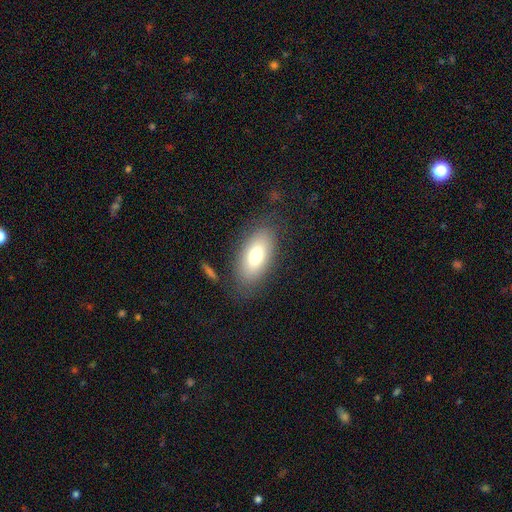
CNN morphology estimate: smooth 74%, featured or disk 18%, star or artifact 8%. Down the decision tree: how rounded — in between (89%); merging — none (79%).